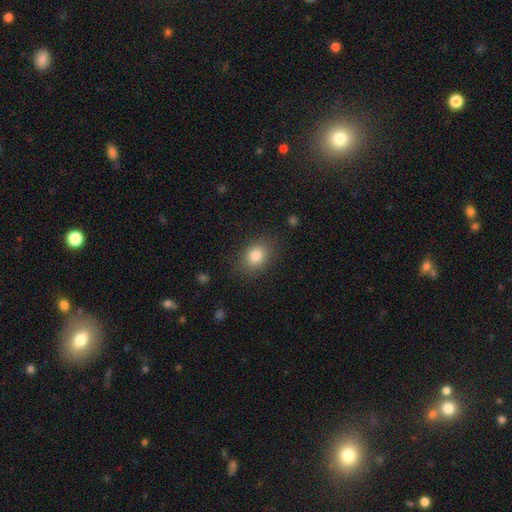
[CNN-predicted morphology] A smooth galaxy with no disk features (83%) that is in between round and cigar-shaped (64%). Merging: none (82%).